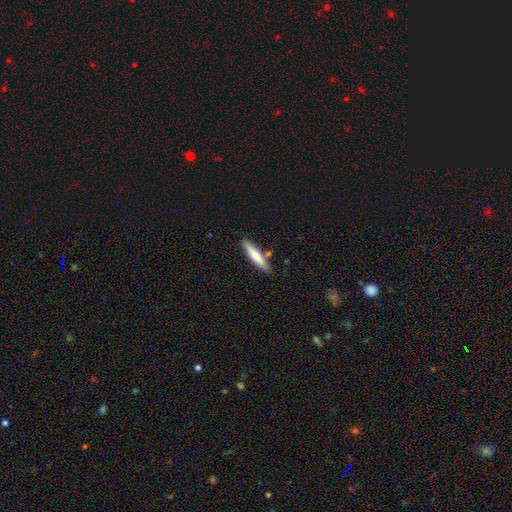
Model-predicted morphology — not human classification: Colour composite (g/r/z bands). It shows a smooth galaxy with no disk features (68%) that is cigar-shaped (86%). Merging: none (81%).